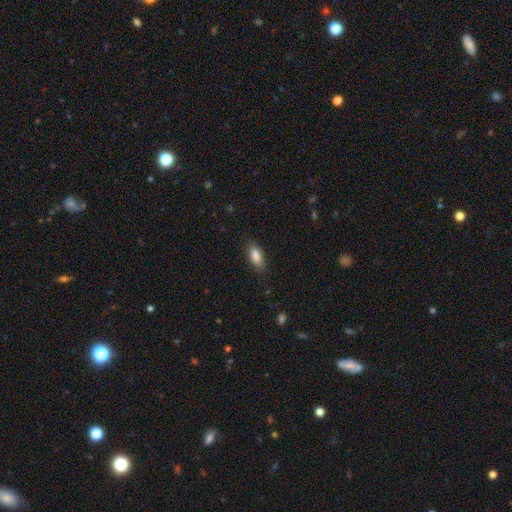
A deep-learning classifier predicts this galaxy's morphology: The model was most divided on "merging": none: 81%, minor disturbance: 14%, major disturbance: 3%, merger: 1%. More confident: smooth or featured — smooth (87%); how rounded — in between (83%).